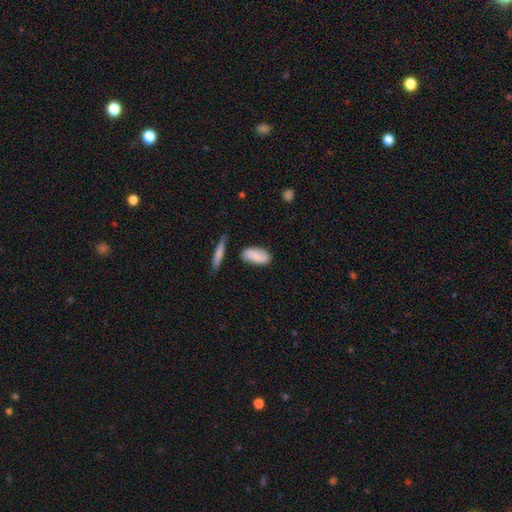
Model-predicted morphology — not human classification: This is likely a smooth galaxy (77%). How rounded: clearly in between (90%). Merging: likely none (73%).